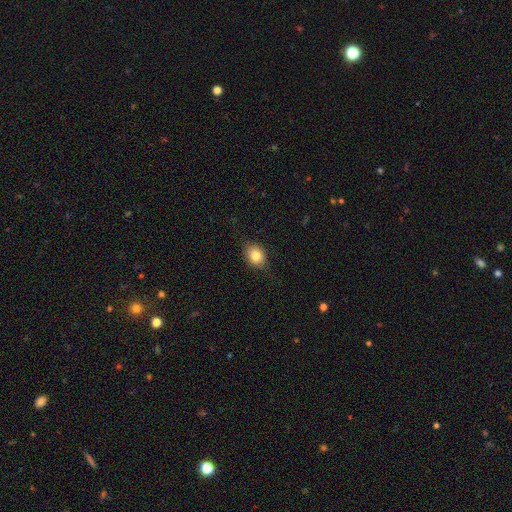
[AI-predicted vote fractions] smooth_or_featured: smooth (p=0.81) [alt: featured or disk p=0.09]
how_rounded: in between (p=0.56) [alt: round p=0.43]
merging: none (p=0.79) [alt: minor disturbance p=0.16]